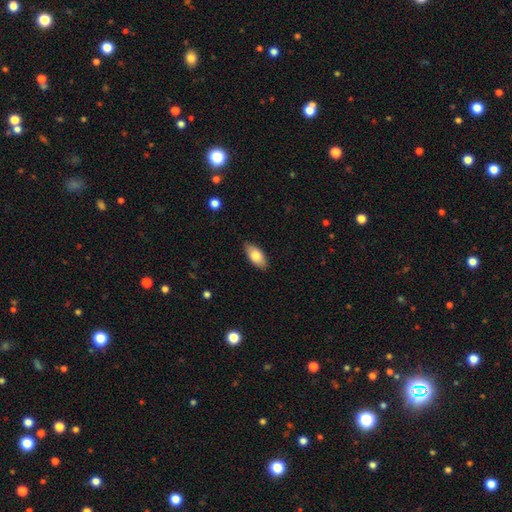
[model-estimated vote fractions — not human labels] Smooth or featured: smooth — 80% (featured or disk — 13%)
How rounded: in between — 91% (cigar-shaped — 6%)
Merging: none — 85% (minor disturbance — 12%)